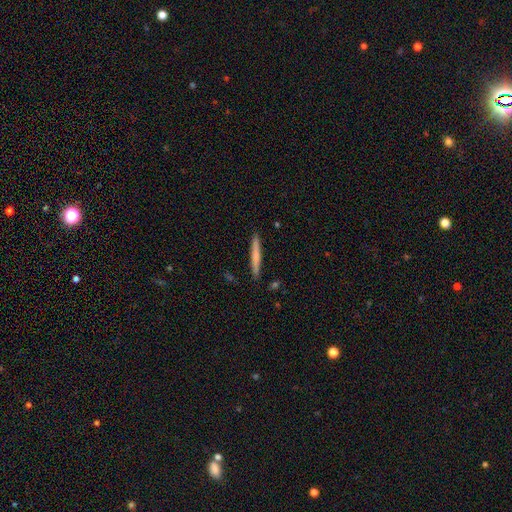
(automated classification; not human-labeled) Morphology: type=smooth (63%); roundness=cigar-shaped (96%); merging=none (91%).